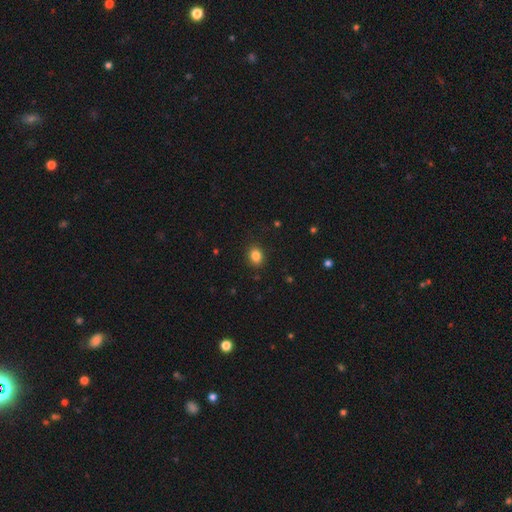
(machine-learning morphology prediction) A smooth galaxy with no disk features (85%) that is in between round and cigar-shaped (50%). Merging: none (87%).